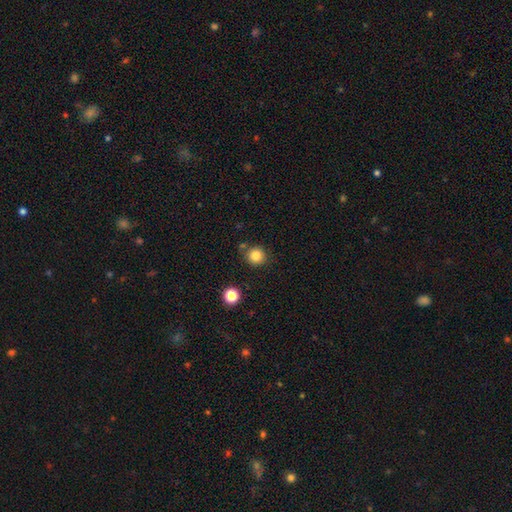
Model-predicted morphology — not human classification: Smooth or featured?
  - smooth: 83% *
  - star or artifact: 12%
  - featured or disk: 6%
How rounded?
  - round: 92% *
  - in between: 7%
  - cigar-shaped: 1%
Merging?
  - none: 81% *
  - minor disturbance: 10%
  - merger: 6%
  - major disturbance: 3%